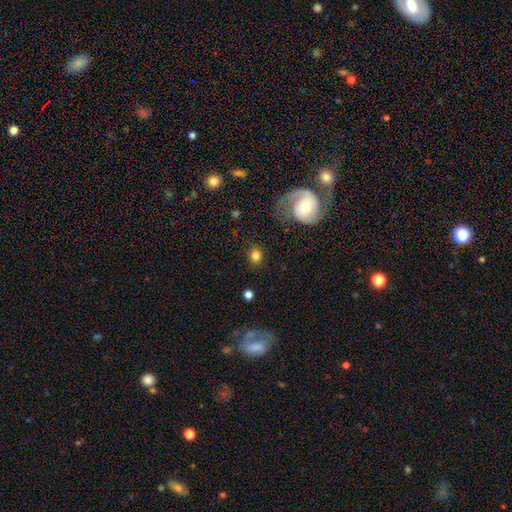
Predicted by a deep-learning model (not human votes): Overall: smooth (81%). How rounded: round (67%; in between 32%). Merging: none (85%).